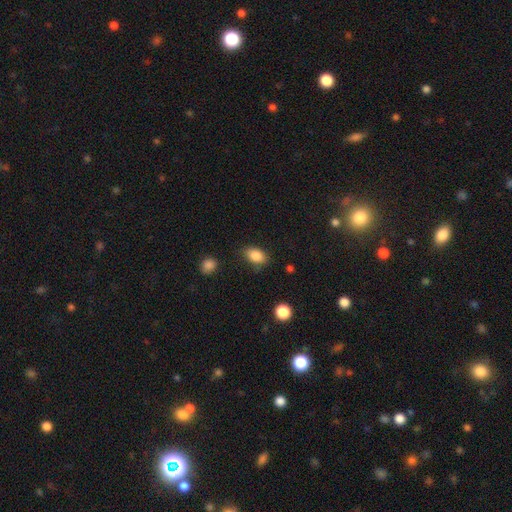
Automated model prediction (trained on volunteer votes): smooth 86%, star or artifact 8%, featured or disk 5%. Down the decision tree: how rounded — in between (86%); merging — none (77%).